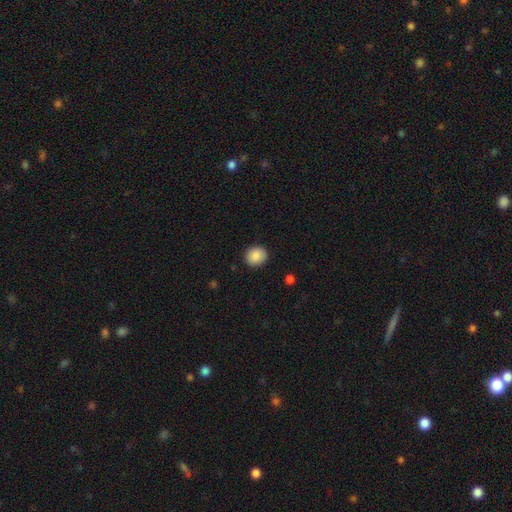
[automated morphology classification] Smooth or featured?
  - smooth: 88% *
  - star or artifact: 8%
  - featured or disk: 4%
How rounded?
  - round: 82% *
  - in between: 18%
  - cigar-shaped: 1%
Merging?
  - none: 90% *
  - minor disturbance: 7%
  - major disturbance: 2%
  - merger: 1%